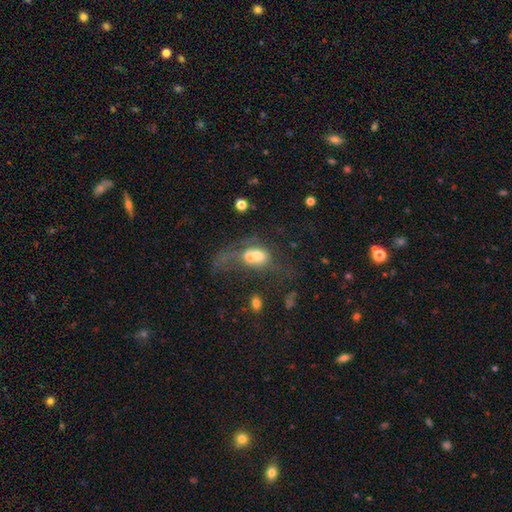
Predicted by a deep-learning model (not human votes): Morphology: type=smooth (54%); roundness=in between (59%); merging=merger (46%).